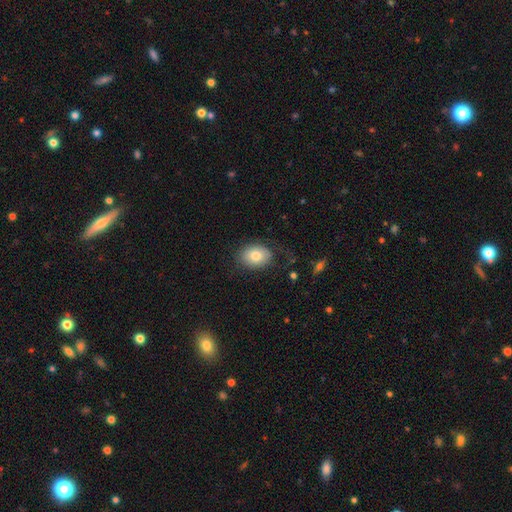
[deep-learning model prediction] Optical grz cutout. It shows a smooth galaxy with no disk features (78%) that is in between round and cigar-shaped (64%). Merging: none (70%).